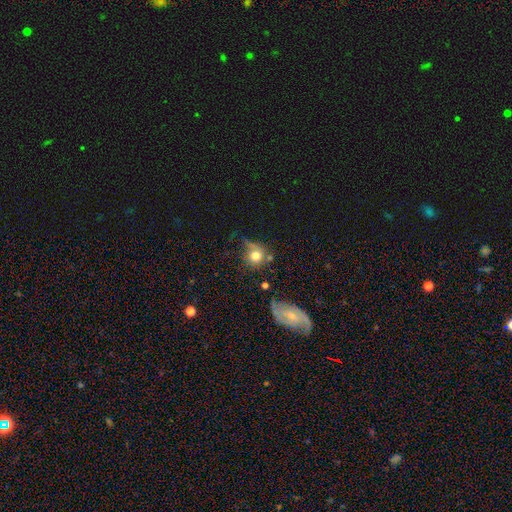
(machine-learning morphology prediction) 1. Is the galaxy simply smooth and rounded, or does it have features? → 74% smooth, 16% featured or disk, 10% star or artifact.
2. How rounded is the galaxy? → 86% round, 13% in between, 1% cigar-shaped.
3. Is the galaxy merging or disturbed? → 51% none, 24% minor disturbance, 14% major disturbance, 11% merger.